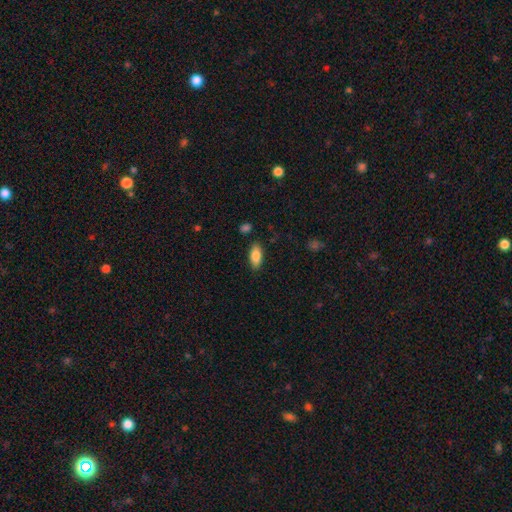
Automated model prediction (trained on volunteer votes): A smooth galaxy with no disk features (85%) that is in between round and cigar-shaped (87%).

Vote fractions:
- Smooth or featured? smooth: 85% / featured or disk: 8% / star or artifact: 7%
- How rounded? in between: 87% / cigar-shaped: 11% / round: 2%
- Merging? none: 85% / minor disturbance: 11% / major disturbance: 2% / merger: 2%